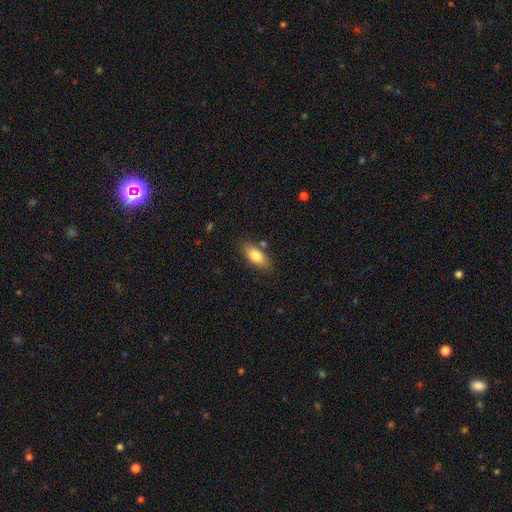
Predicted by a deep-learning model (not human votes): This is likely a smooth galaxy (80%). How rounded: clearly in between (86%). Merging: likely none (79%).